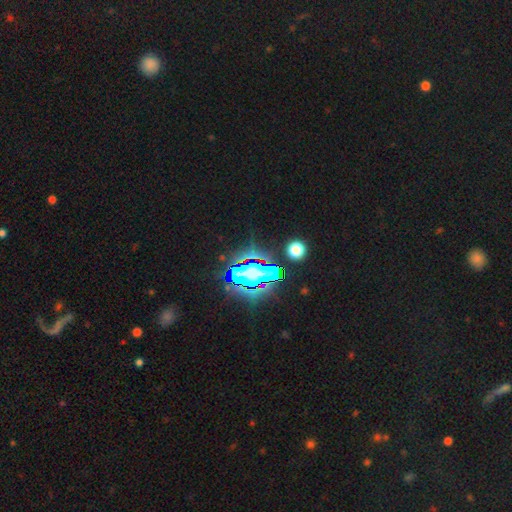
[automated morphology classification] smooth-or-featured: star or artifact: 78% | smooth: 13% | featured or disk: 9%